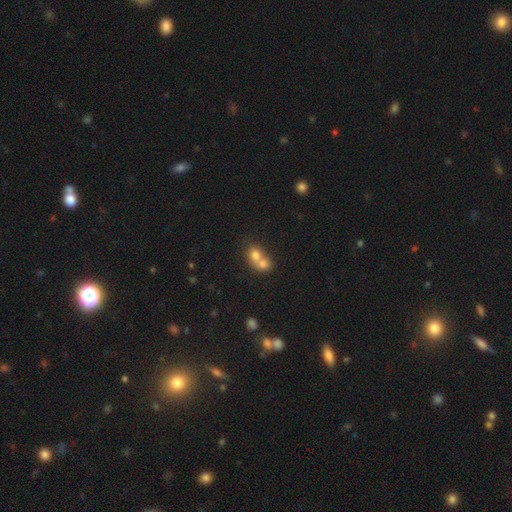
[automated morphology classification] type=smooth (72%); roundness=round (66%); merging=merger (74%).